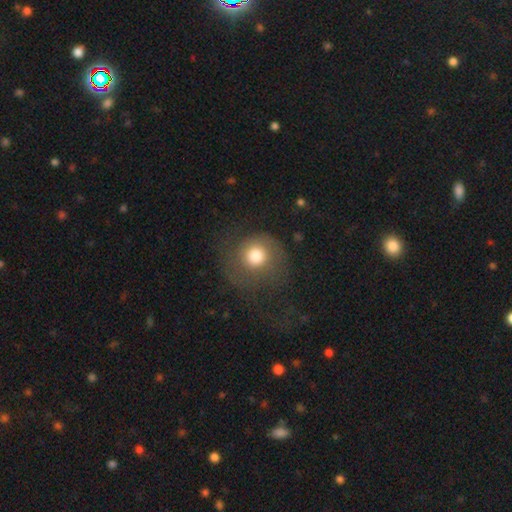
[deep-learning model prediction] smooth-or-featured: smooth: 68% | featured or disk: 22% | star or artifact: 10%
  how-rounded: round: 88% | in between: 11% | cigar-shaped: 1%
  merging: none: 58% | major disturbance: 23% | minor disturbance: 17% | merger: 2%